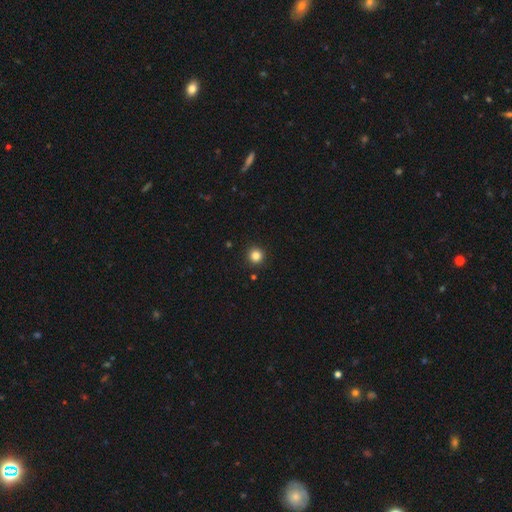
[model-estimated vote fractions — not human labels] Smooth or featured?
  - smooth: 84% *
  - star or artifact: 12%
  - featured or disk: 4%
How rounded?
  - round: 95% *
  - in between: 4%
  - cigar-shaped: 1%
Merging?
  - none: 92% *
  - minor disturbance: 5%
  - major disturbance: 2%
  - merger: 1%